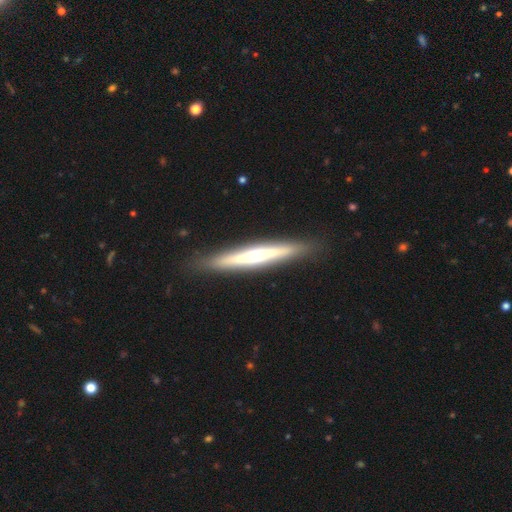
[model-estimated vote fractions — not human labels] smooth_or_featured: featured or disk (p=0.62) [alt: smooth p=0.32]
disk_edge_on: yes (p=0.93) [alt: no p=0.07]
edge_on_bulge: rounded (p=0.77) [alt: none p=0.18]
merging: none (p=0.88) [alt: minor disturbance p=0.08]